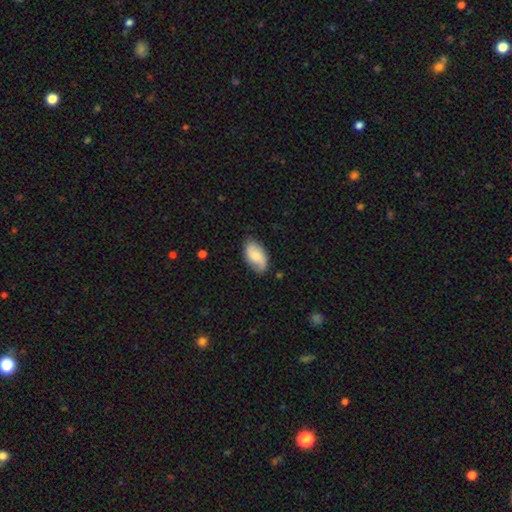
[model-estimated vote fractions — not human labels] Overall: smooth (58%; featured or disk 35%). How rounded: in between (94%). Merging: none (74%).